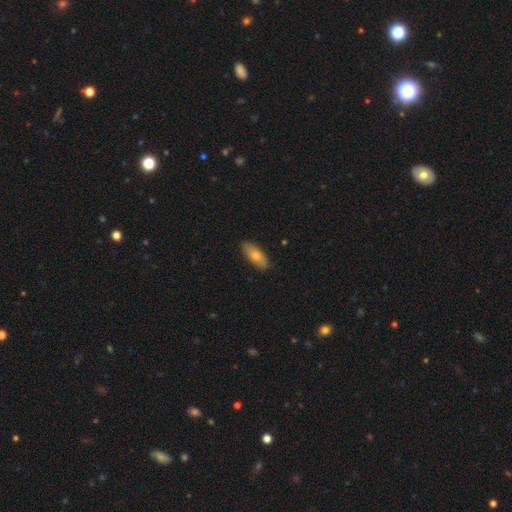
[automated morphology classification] This appears to be a smooth galaxy with no disk features (70%) that is in between round and cigar-shaped (75%). Merging: none (88%).